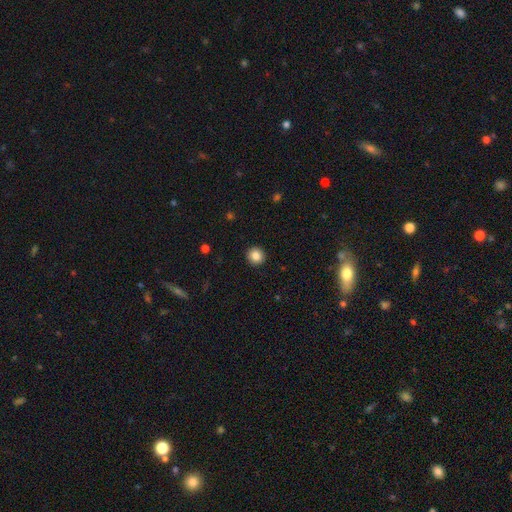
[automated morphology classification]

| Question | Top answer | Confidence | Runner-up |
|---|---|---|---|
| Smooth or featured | smooth | 86% | star or artifact (10%) |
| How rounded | round | 94% | in between (5%) |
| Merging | none | 93% | minor disturbance (5%) |